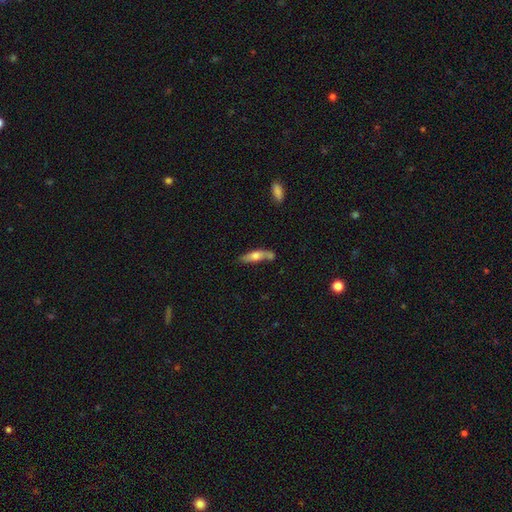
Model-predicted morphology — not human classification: The model was most divided on "how rounded": cigar-shaped: 62%, in between: 36%, round: 3%. Remaining: smooth or featured — smooth (60%); merging — none (50%).